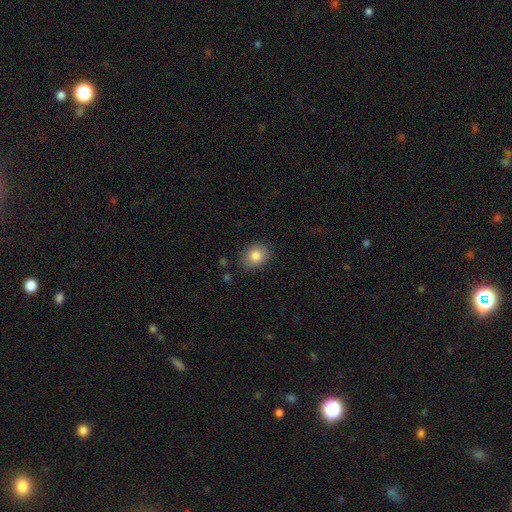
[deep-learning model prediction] The model was most divided on "how rounded": in between: 62%, round: 37%, cigar-shaped: 1%. More confident: merging — none (84%); smooth or featured — smooth (83%).